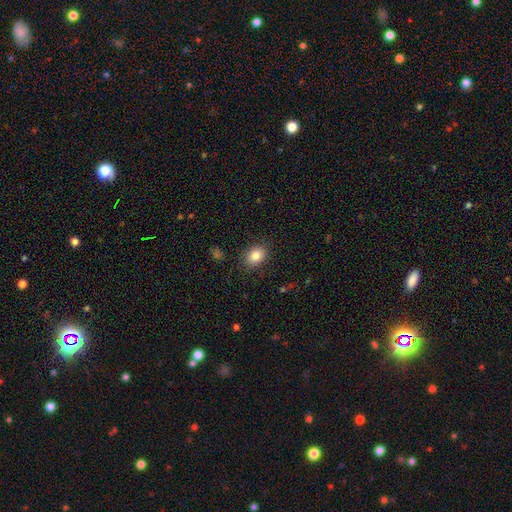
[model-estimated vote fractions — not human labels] smooth 84%, star or artifact 9%, featured or disk 7%. Down the decision tree: how rounded — in between (67%); merging — none (86%).